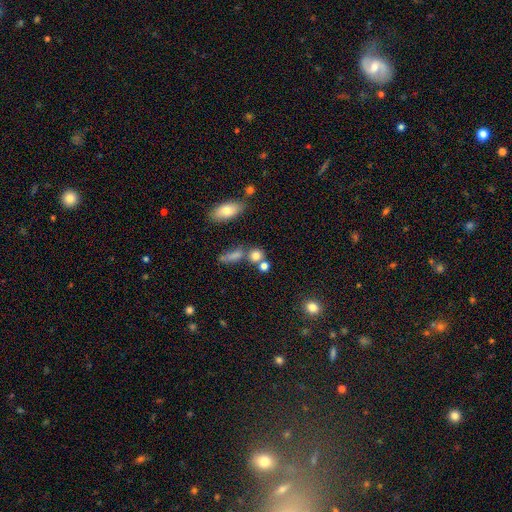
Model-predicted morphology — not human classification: smooth 77%, star or artifact 13%, featured or disk 10%. Down the decision tree: how rounded — round (74%); merging — none (53%).